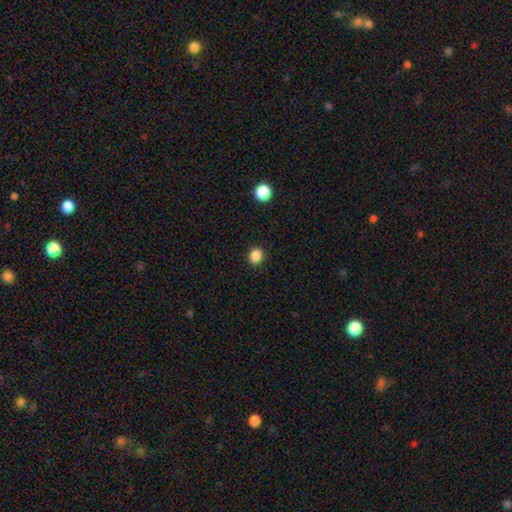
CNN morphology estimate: This appears to be a smooth galaxy with no disk features (86%) that is round (70%). Merging: none (90%).